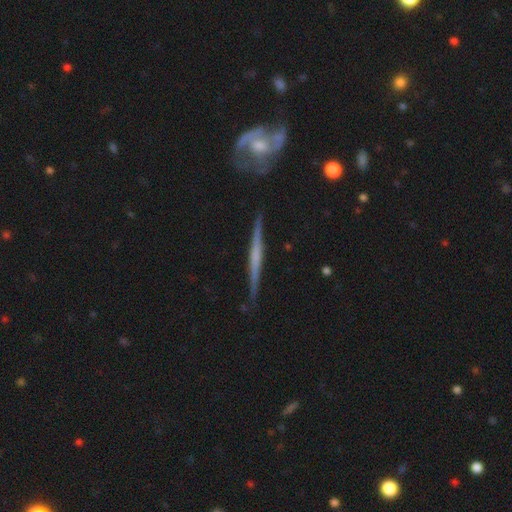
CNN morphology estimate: type=featured or disk (71%); edge-on=yes (96%); edge-on bulge=none (65%); merging=none (86%).